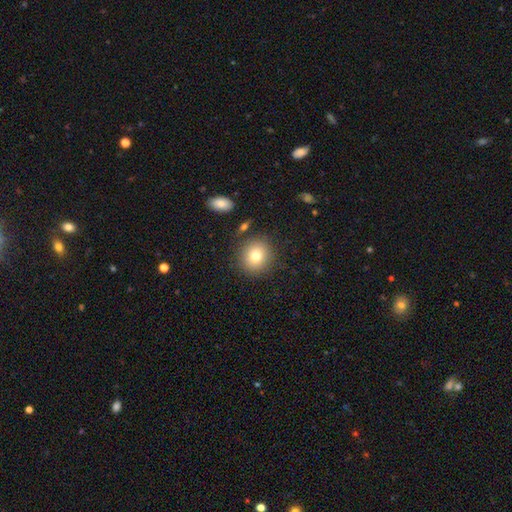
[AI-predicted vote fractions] smooth 77%, featured or disk 12%, star or artifact 11%. Down the decision tree: how rounded — round (89%); merging — none (86%).